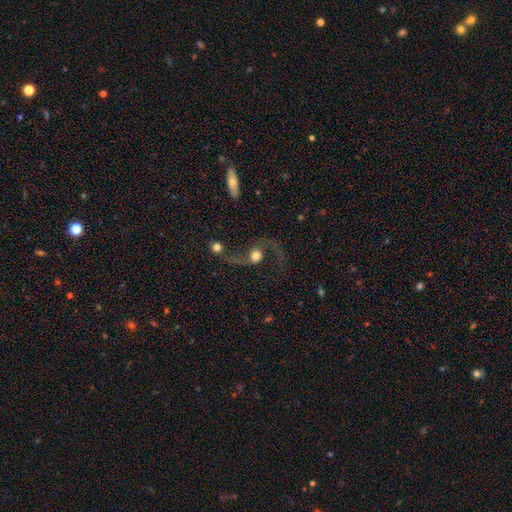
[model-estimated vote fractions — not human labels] Smooth or featured? featured or disk (71%)
Edge-on disk? no (95%)
Bar? no (72%)
Spiral arms? yes (89%)
Spiral winding? loose (89%)
Spiral arm count? 2 (91%)
Bulge size? moderate (44%)
Merging? none (45%)